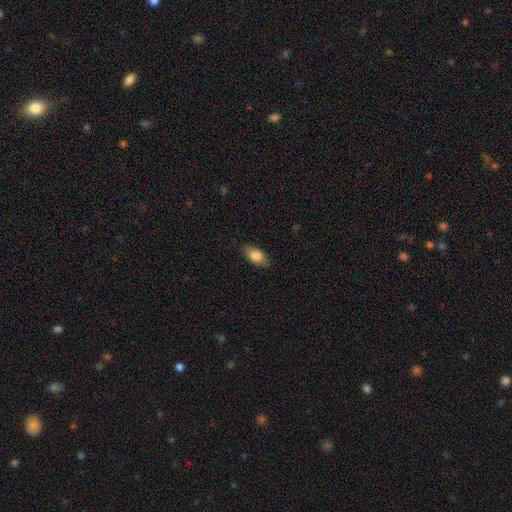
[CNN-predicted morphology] smooth_or_featured: smooth (p=0.77) [alt: featured or disk p=0.16]
how_rounded: in between (p=0.88) [alt: cigar-shaped p=0.08]
merging: none (p=0.82) [alt: minor disturbance p=0.14]